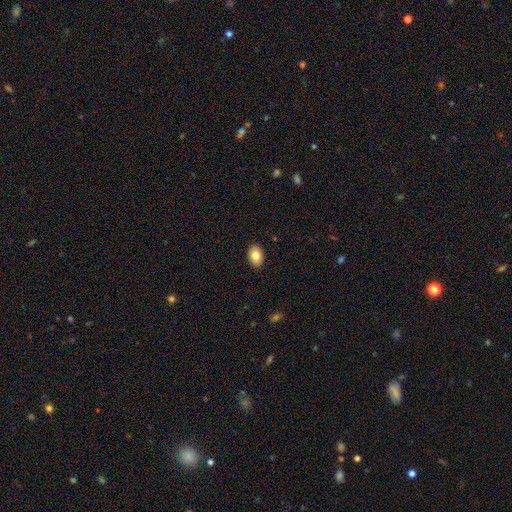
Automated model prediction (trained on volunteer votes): Morphology: type=smooth (83%); roundness=in between (84%); merging=none (90%).